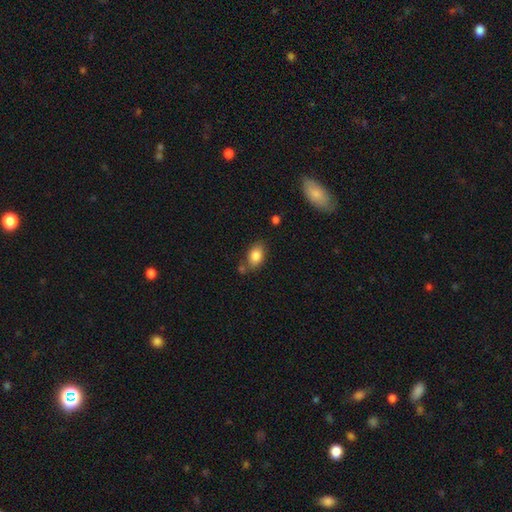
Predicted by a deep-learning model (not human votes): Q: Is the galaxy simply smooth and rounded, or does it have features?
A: smooth — 85%.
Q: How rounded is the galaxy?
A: in between — 87%.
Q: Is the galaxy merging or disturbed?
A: none — 69%.